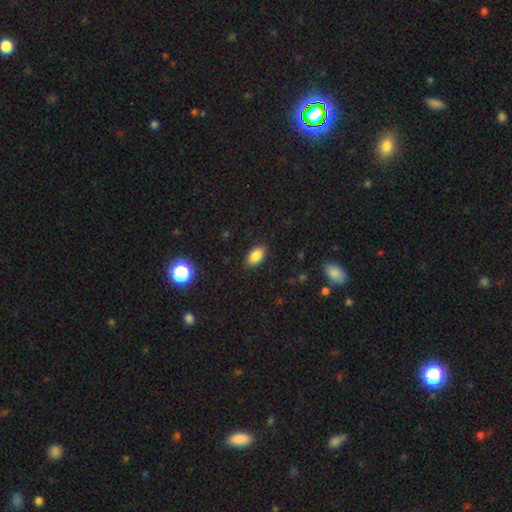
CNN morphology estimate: type=smooth (86%); roundness=in between (91%); merging=none (87%).